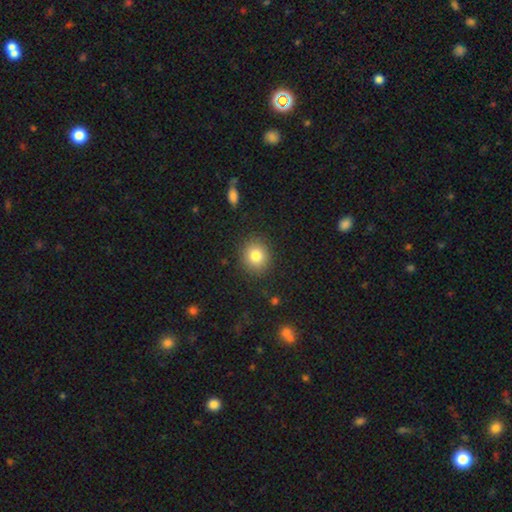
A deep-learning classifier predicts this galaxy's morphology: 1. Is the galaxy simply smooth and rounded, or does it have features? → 81% smooth, 11% star or artifact, 8% featured or disk.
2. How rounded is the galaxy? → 80% round, 20% in between, 1% cigar-shaped.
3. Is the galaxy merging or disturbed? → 88% none, 8% minor disturbance, 3% major disturbance, 1% merger.